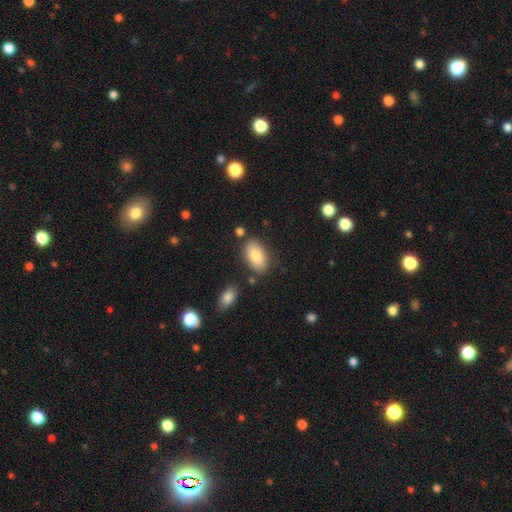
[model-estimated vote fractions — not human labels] smooth-or-featured: smooth: 84% | featured or disk: 10% | star or artifact: 6%
  how-rounded: in between: 94% | round: 3% | cigar-shaped: 3%
  merging: none: 79% | minor disturbance: 13% | merger: 5% | major disturbance: 3%